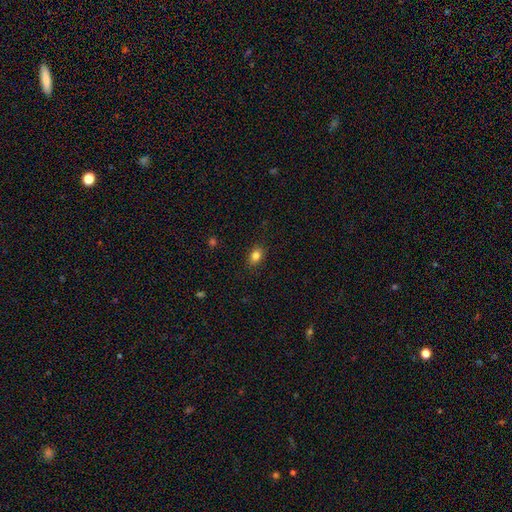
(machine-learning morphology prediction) Overall: smooth (84%). How rounded: in between (75%). Merging: none (87%).